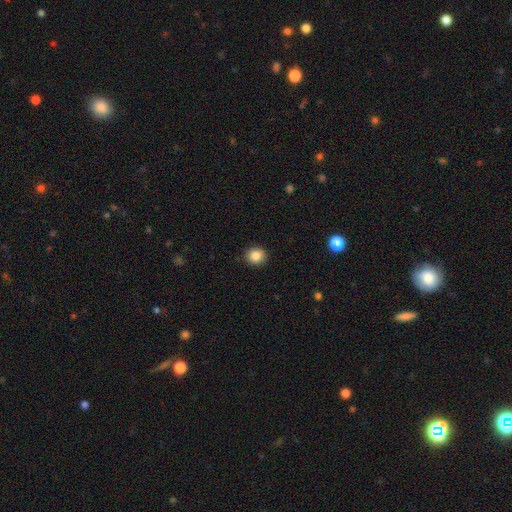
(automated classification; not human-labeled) Smooth or featured: smooth — 85% (star or artifact — 10%)
How rounded: round — 83% (in between — 17%)
Merging: none — 91% (minor disturbance — 6%)